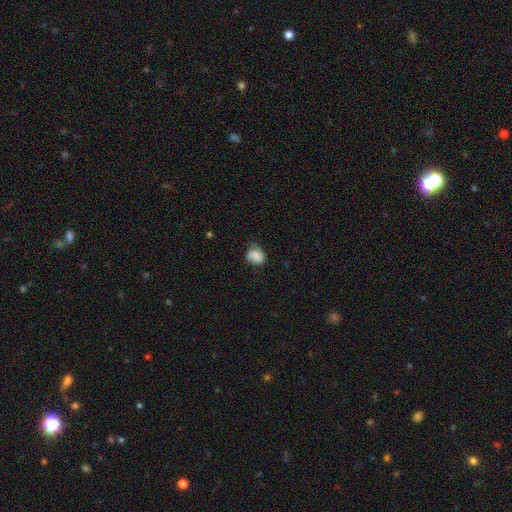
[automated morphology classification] Smooth or featured: smooth — 73% (featured or disk — 18%)
How rounded: round — 52% (in between — 47%)
Merging: none — 49% (minor disturbance — 34%)